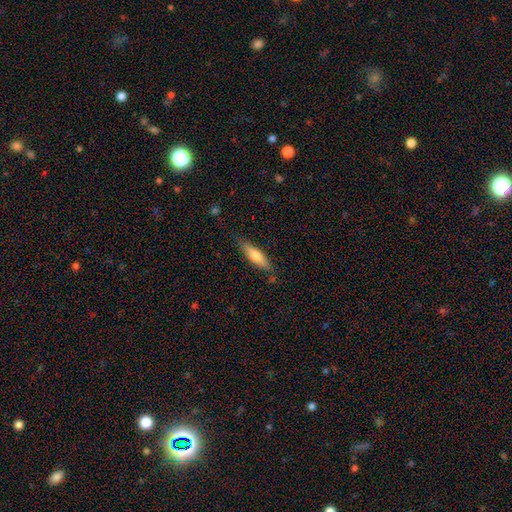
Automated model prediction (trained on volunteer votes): Overall: smooth (72%). How rounded: cigar-shaped (67%; in between 32%). Merging: none (79%).